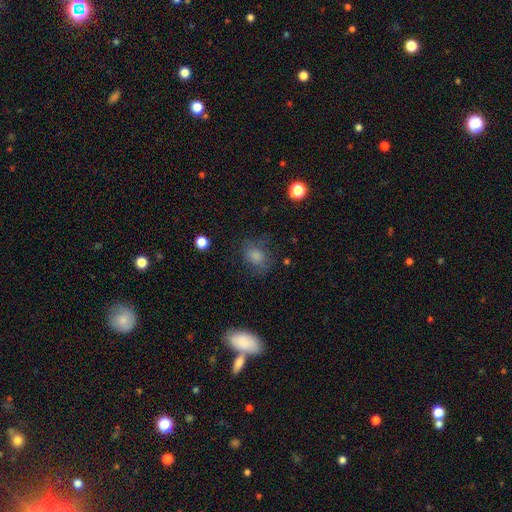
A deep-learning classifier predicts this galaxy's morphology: The model was most divided on "how rounded": in between: 51%, round: 47%, cigar-shaped: 2%. More confident: merging — none (69%); smooth or featured — smooth (68%).